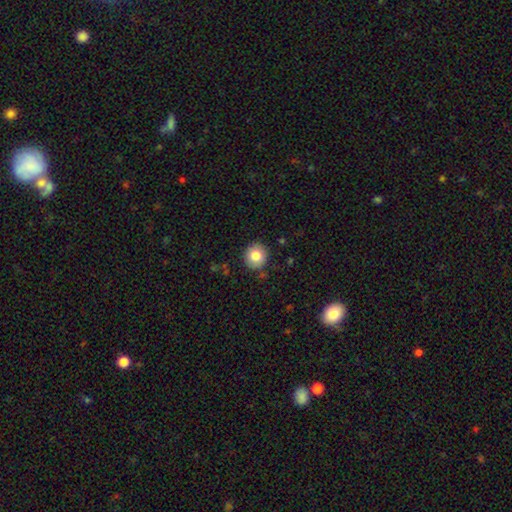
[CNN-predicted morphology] Overall: smooth (83%). How rounded: round (89%). Merging: none (88%).